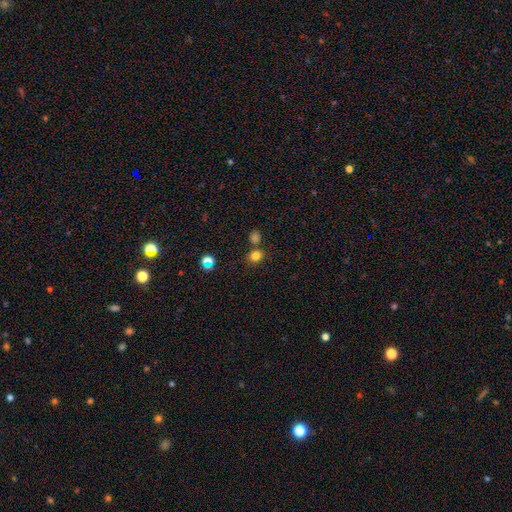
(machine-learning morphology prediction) smooth-or-featured: smooth: 78% | star or artifact: 17% | featured or disk: 6%
  how-rounded: round: 75% | in between: 24% | cigar-shaped: 1%
  merging: none: 74% | merger: 13% | minor disturbance: 10% | major disturbance: 3%